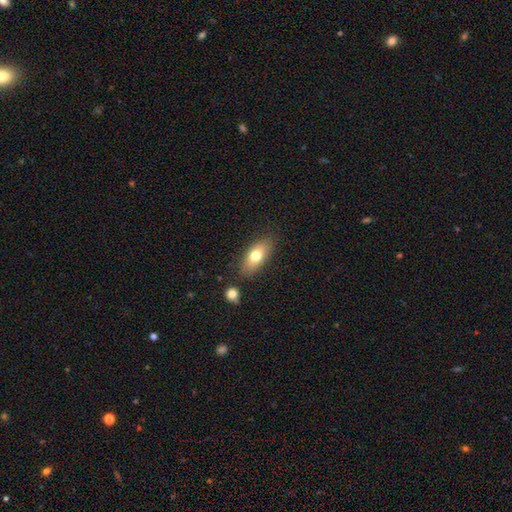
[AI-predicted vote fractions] Overall: smooth (71%). How rounded: in between (82%). Merging: none (79%).